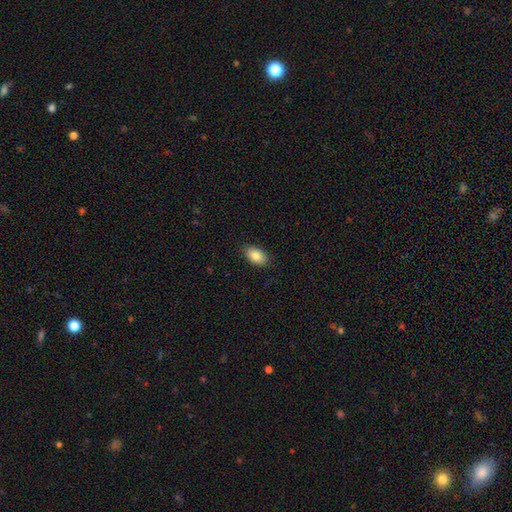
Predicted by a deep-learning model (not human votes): Smooth or featured? smooth (85%)
How rounded? in between (91%)
Merging? none (86%)